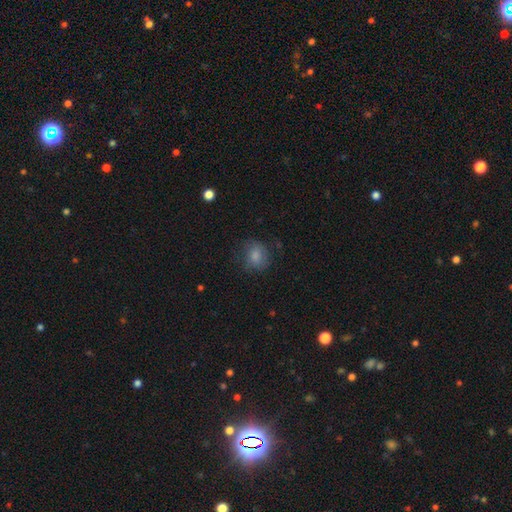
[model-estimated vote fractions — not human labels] This appears to be a smooth galaxy with no disk features (78%) that is round (63%). Merging: none (66%).